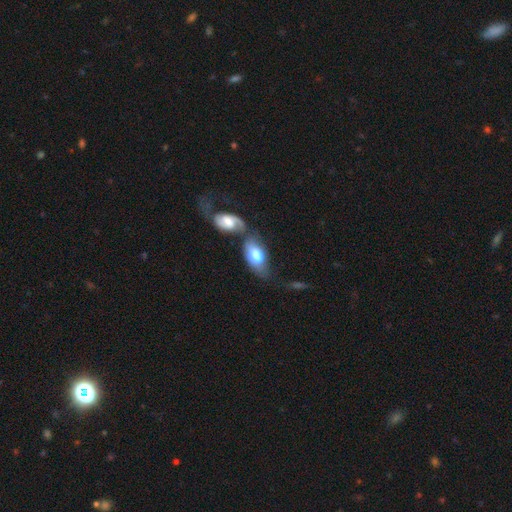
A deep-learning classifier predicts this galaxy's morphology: smooth 63%, featured or disk 30%, star or artifact 6%. Down the decision tree: how rounded — in between (91%); merging — merger (40%).